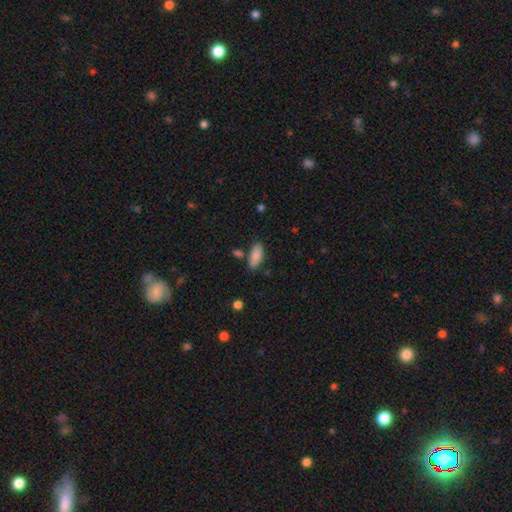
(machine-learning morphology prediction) Overall: smooth (86%). How rounded: in between (83%). Merging: none (78%).